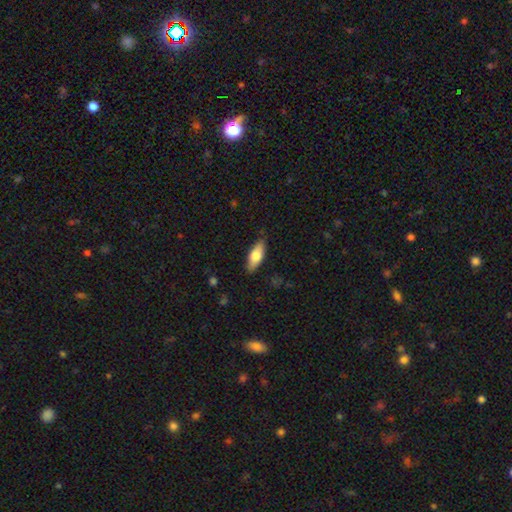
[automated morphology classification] type=smooth (66%); roundness=in between (69%); merging=none (86%).